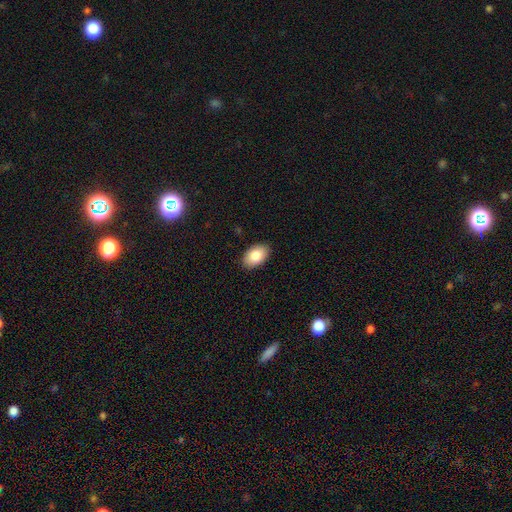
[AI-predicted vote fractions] smooth 85%, featured or disk 8%, star or artifact 7%. Down the decision tree: how rounded — in between (92%); merging — none (88%).